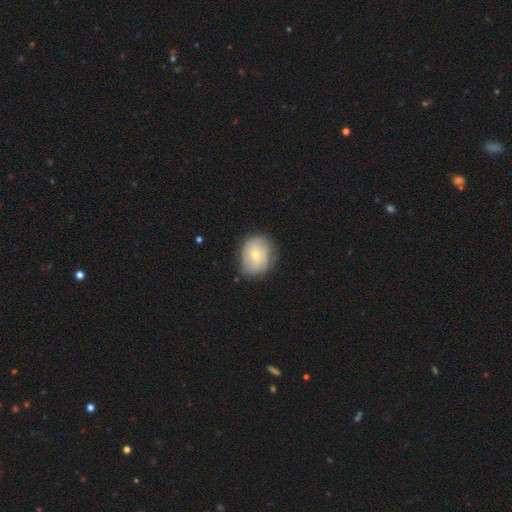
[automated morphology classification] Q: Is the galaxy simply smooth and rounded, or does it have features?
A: featured or disk — 53%.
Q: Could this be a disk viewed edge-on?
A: no — 96%.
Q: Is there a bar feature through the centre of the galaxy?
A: no — 77%.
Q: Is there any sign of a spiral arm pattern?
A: yes — 70%.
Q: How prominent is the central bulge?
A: moderate — 55%.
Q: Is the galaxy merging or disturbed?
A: none — 73%.